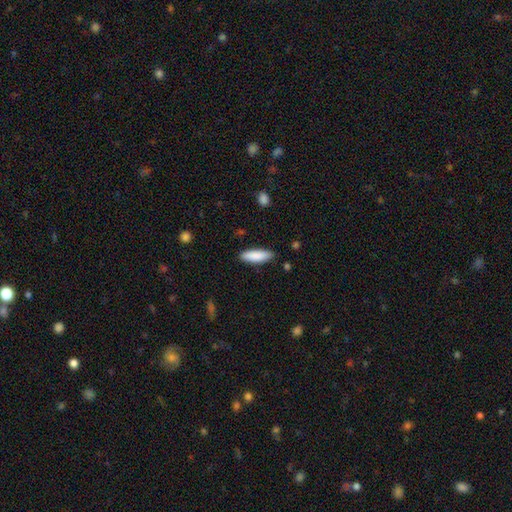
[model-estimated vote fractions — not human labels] Q: Smooth or featured?
A: smooth (87%); runner-up: featured or disk (7%)
Q: How rounded?
A: cigar-shaped (50%); runner-up: in between (48%)
Q: Merging?
A: none (86%); runner-up: minor disturbance (10%)